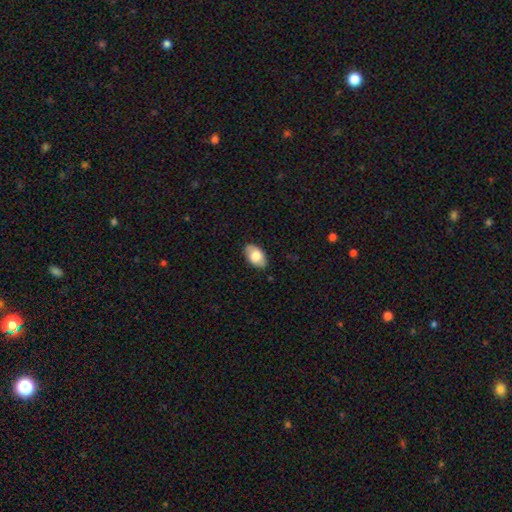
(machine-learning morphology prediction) smooth-or-featured: smooth: 75% | featured or disk: 18% | star or artifact: 6%
  how-rounded: in between: 93% | round: 6% | cigar-shaped: 1%
  merging: none: 82% | minor disturbance: 14% | major disturbance: 3% | merger: 1%